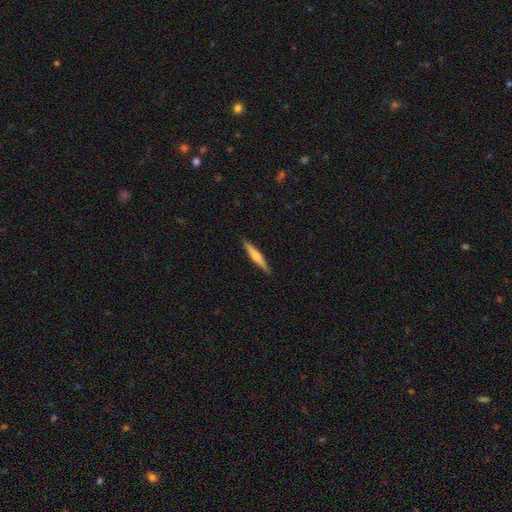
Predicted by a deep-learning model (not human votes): A featured or disk galaxy (57%) viewed edge-on (97%) with a rounded central bulge (81%). Merging: none (91%).